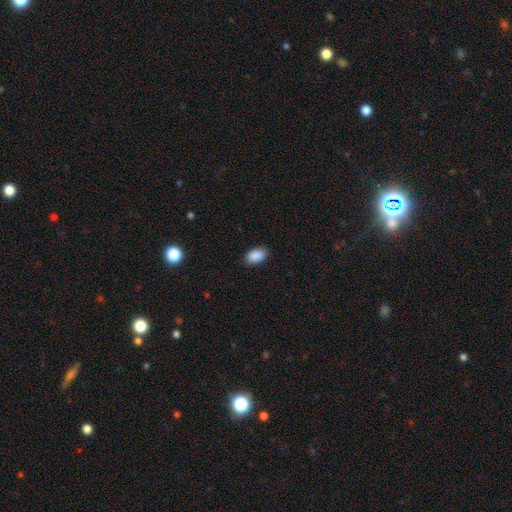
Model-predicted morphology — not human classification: type=smooth (90%); roundness=in between (92%); merging=none (88%).